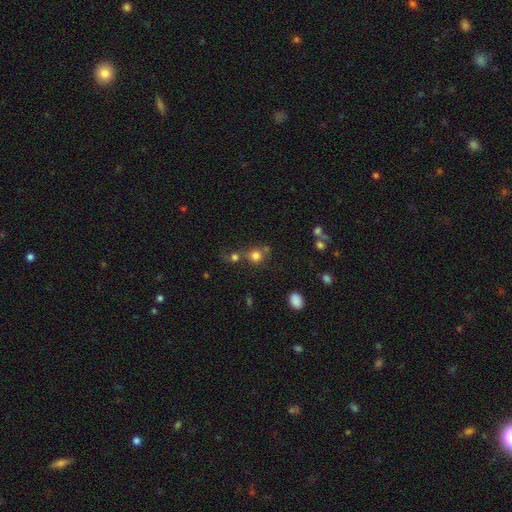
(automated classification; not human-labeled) smooth-or-featured: smooth: 78% | star or artifact: 15% | featured or disk: 8%
  how-rounded: round: 89% | in between: 10% | cigar-shaped: 1%
  merging: none: 57% | merger: 29% | minor disturbance: 9% | major disturbance: 5%